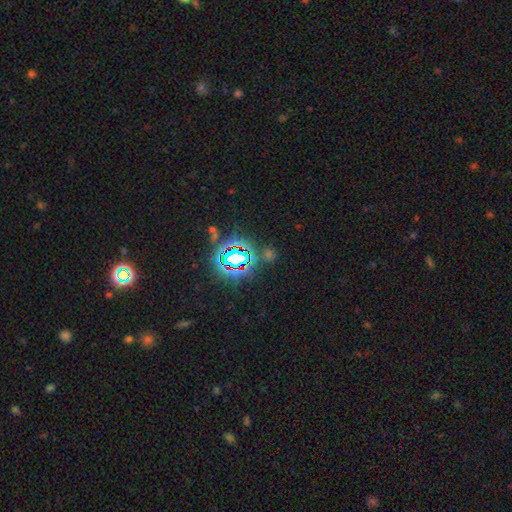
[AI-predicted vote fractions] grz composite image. It shows a star or artifact, not a galaxy (77%).